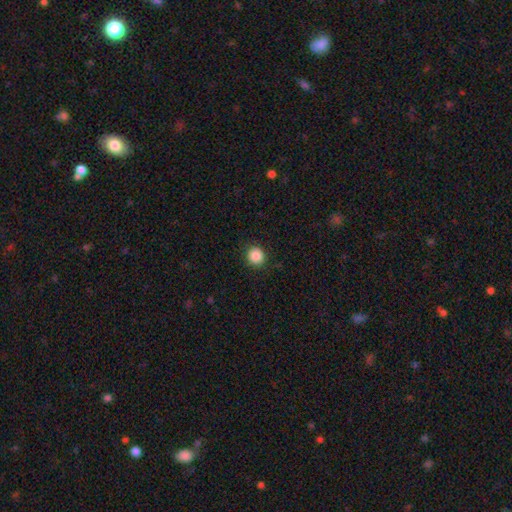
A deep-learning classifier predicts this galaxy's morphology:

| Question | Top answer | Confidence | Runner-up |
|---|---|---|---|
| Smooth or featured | smooth | 88% | star or artifact (9%) |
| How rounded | round | 90% | in between (9%) |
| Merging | none | 90% | minor disturbance (7%) |